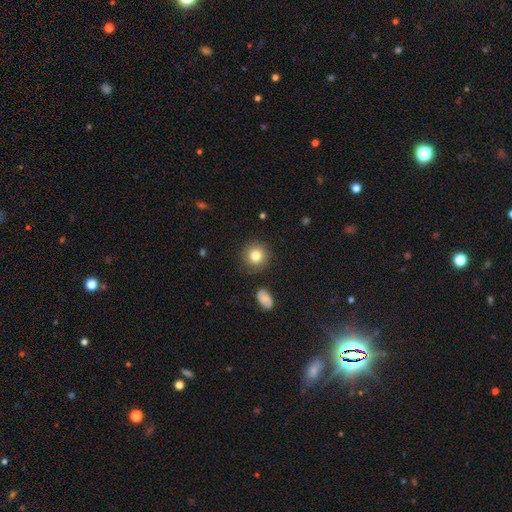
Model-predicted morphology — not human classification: smooth 81%, star or artifact 10%, featured or disk 9%. Down the decision tree: how rounded — round (92%); merging — none (88%).